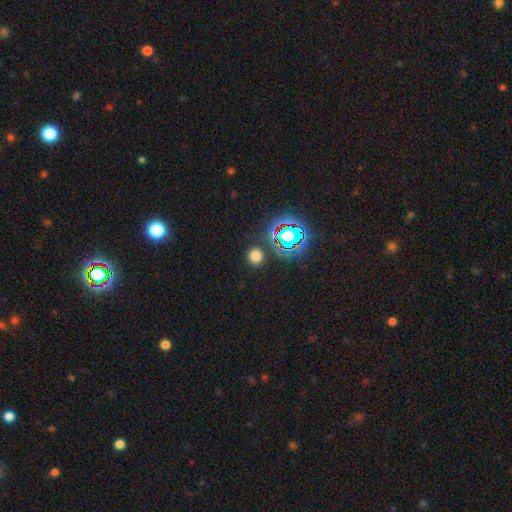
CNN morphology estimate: type=smooth (68%); roundness=round (90%); merging=none (87%).